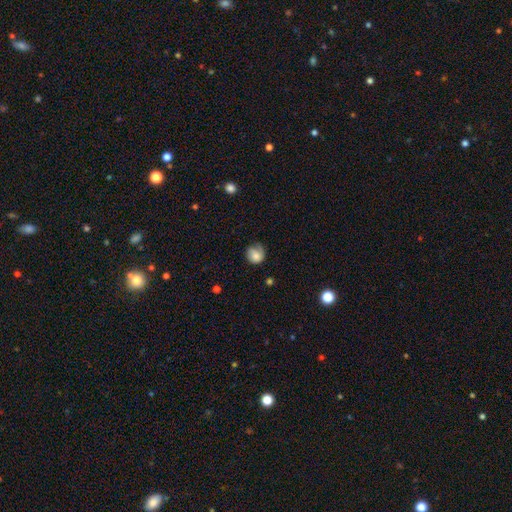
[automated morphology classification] Q: Smooth or featured?
A: smooth (76%); runner-up: featured or disk (16%)
Q: How rounded?
A: round (81%); runner-up: in between (18%)
Q: Merging?
A: none (54%); runner-up: minor disturbance (31%)